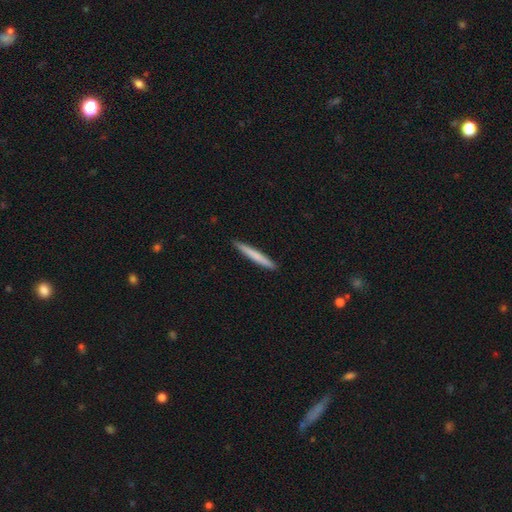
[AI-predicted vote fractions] smooth_or_featured: smooth (p=0.70) [alt: featured or disk p=0.25]
how_rounded: cigar-shaped (p=0.97) [alt: in between p=0.02]
merging: none (p=0.91) [alt: minor disturbance p=0.06]